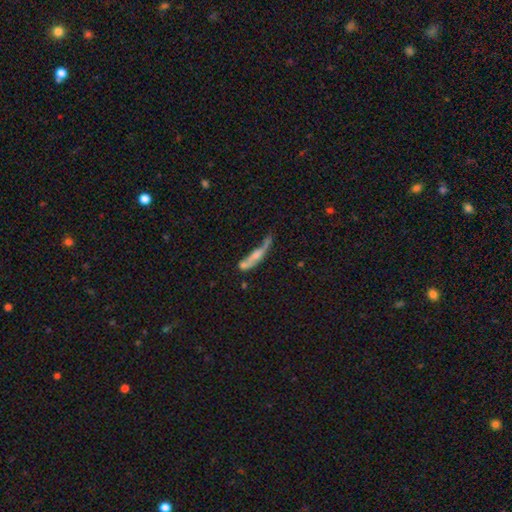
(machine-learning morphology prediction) Smooth or featured? Predicted: smooth (p=0.50). How rounded? Predicted: cigar-shaped (p=0.73). Merging? Predicted: merger (p=0.30).